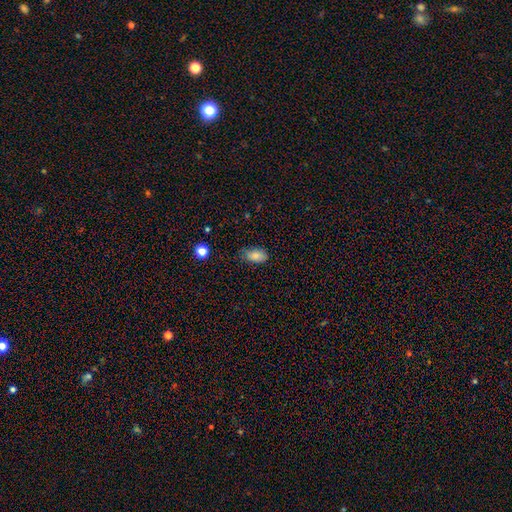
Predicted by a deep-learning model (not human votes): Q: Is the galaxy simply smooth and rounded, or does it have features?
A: smooth — 82%.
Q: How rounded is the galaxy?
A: in between — 90%.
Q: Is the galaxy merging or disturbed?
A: none — 70%.